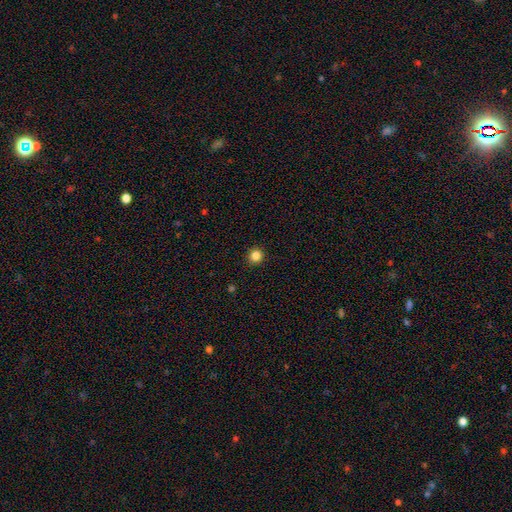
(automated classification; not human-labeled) Overall: smooth (85%). How rounded: round (93%). Merging: none (92%).